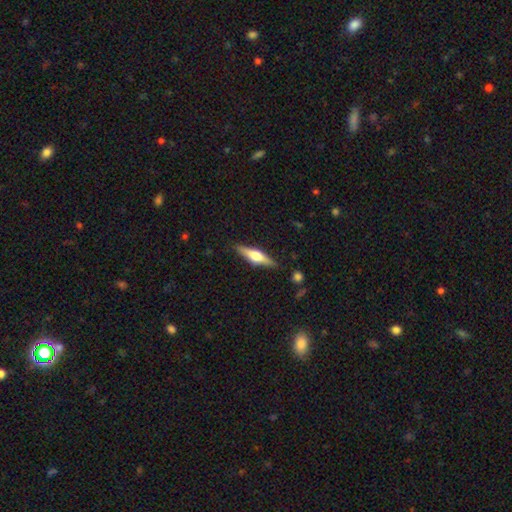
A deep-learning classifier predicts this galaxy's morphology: smooth-or-featured: featured or disk: 61% | smooth: 33% | star or artifact: 6%
  disk-edge-on: yes: 96% | no: 4%
    edge-on-bulge: rounded: 92% | boxy: 6% | none: 2%
  merging: none: 88% | minor disturbance: 9% | major disturbance: 2% | merger: 2%